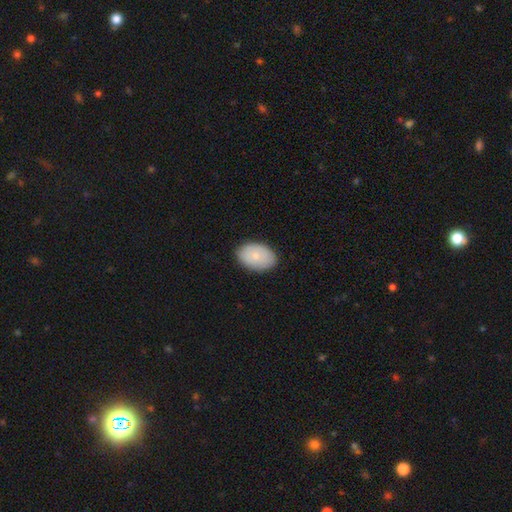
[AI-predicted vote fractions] Q: Smooth or featured?
A: smooth (75%); runner-up: featured or disk (18%)
Q: How rounded?
A: in between (86%); runner-up: round (13%)
Q: Merging?
A: none (87%); runner-up: minor disturbance (10%)